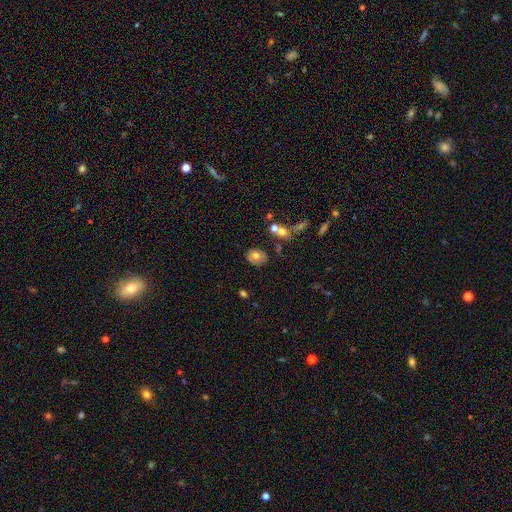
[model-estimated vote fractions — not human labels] The model was most divided on "how rounded": round: 50%, in between: 49%, cigar-shaped: 1%. More confident: smooth or featured — smooth (72%); merging — none (70%).